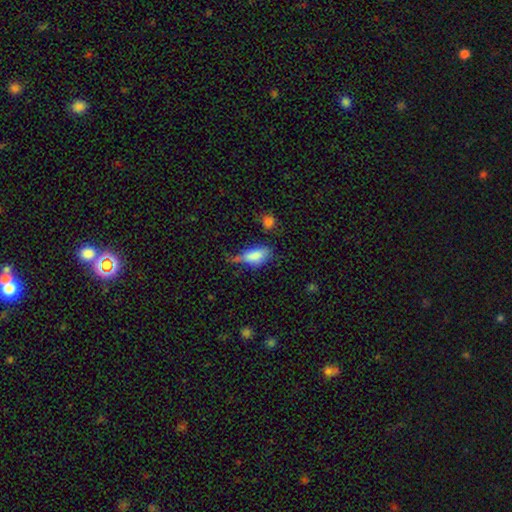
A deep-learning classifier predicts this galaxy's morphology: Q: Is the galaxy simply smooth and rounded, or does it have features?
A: smooth — 74%.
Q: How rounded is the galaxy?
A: in between — 84%.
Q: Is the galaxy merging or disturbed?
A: minor disturbance — 37%.